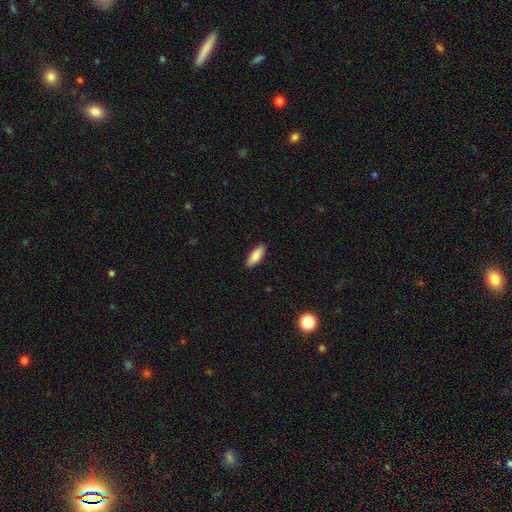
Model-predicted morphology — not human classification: A smooth galaxy with no disk features (87%) that is in between round and cigar-shaped (75%). Merging: none (90%).